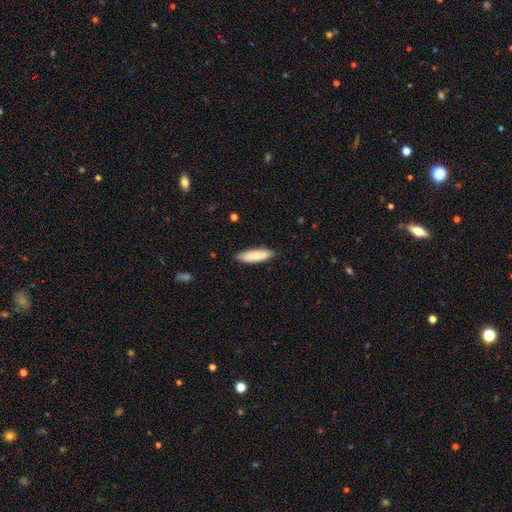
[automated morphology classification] The model was most divided on "how rounded": cigar-shaped: 55%, in between: 44%, round: 1%. More confident: merging — none (86%); smooth or featured — smooth (85%).